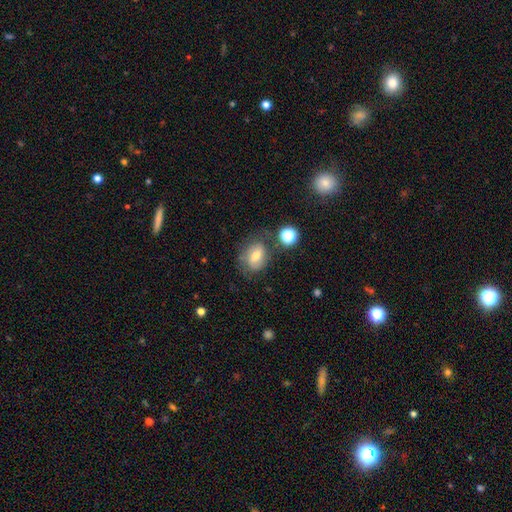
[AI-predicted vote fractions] Smooth or featured? Predicted: smooth (p=0.54). How rounded? Predicted: in between (p=0.65). Merging? Predicted: none (p=0.59).